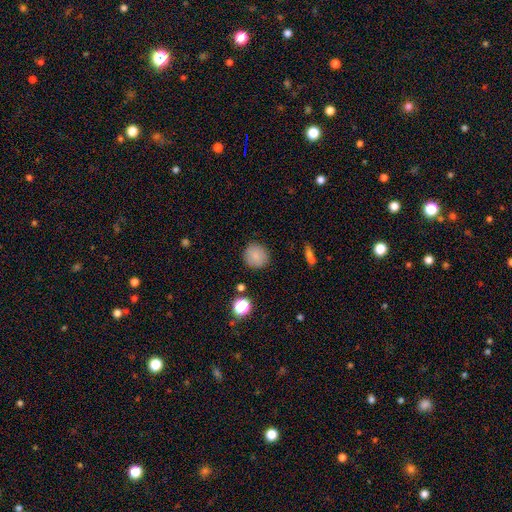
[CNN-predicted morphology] type=smooth (83%); roundness=round (91%); merging=none (88%).